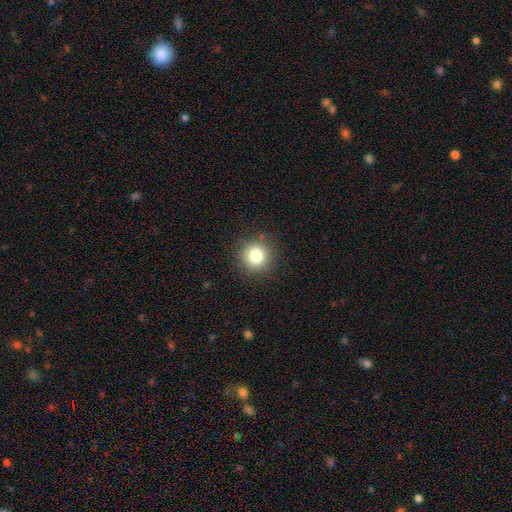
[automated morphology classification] type=smooth (82%); roundness=round (92%); merging=none (89%).